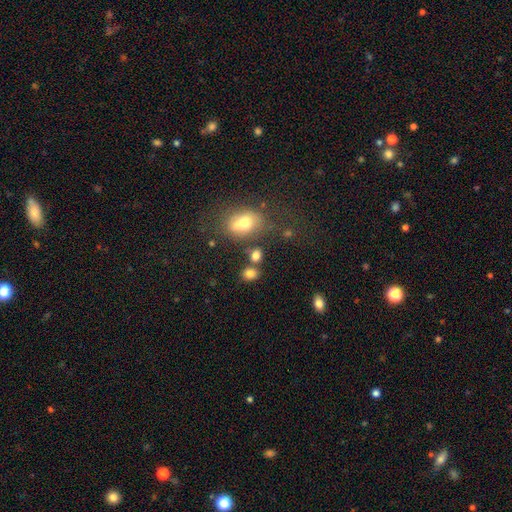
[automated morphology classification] type=smooth (78%); roundness=in between (56%); merging=none (63%).